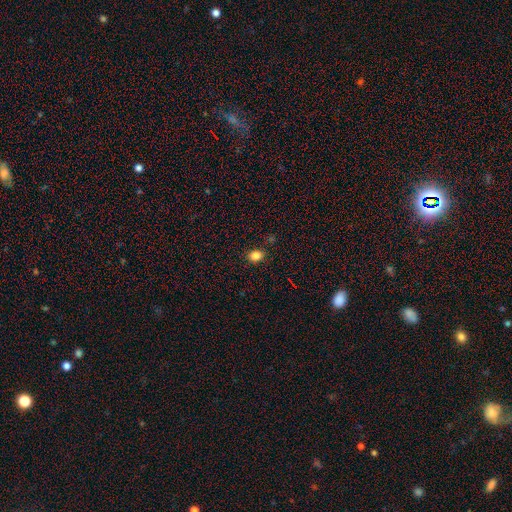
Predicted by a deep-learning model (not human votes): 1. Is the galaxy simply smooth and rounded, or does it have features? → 83% smooth, 13% star or artifact, 5% featured or disk.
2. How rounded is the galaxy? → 54% in between, 45% round, 1% cigar-shaped.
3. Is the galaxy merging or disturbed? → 86% none, 9% minor disturbance, 2% major disturbance, 2% merger.